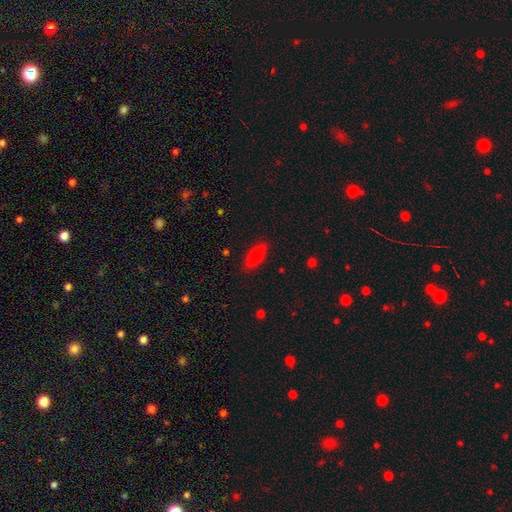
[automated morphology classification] type=smooth (75%); roundness=in between (60%); merging=none (87%).